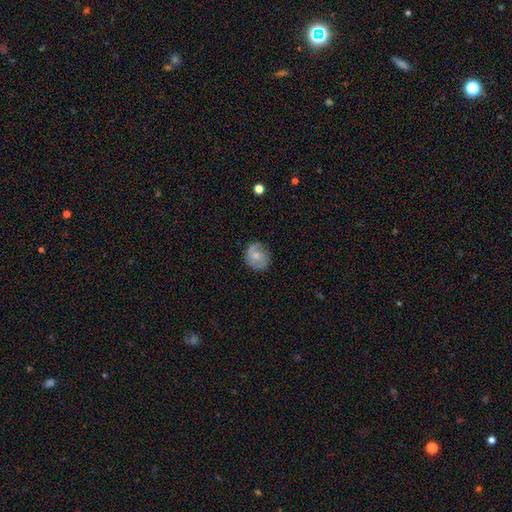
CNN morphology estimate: Q: Smooth or featured?
A: smooth (57%); runner-up: featured or disk (35%)
Q: How rounded?
A: round (73%); runner-up: in between (26%)
Q: Merging?
A: none (68%); runner-up: minor disturbance (23%)